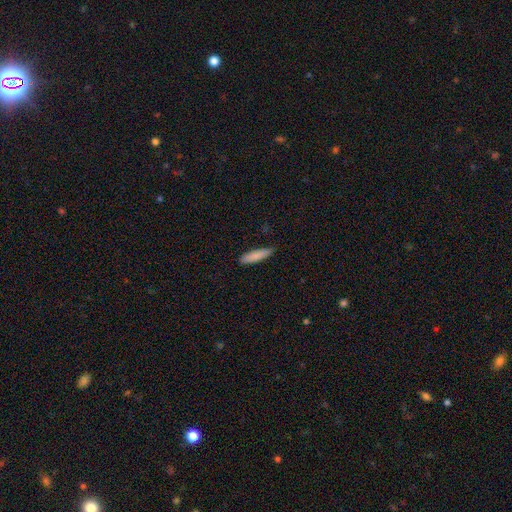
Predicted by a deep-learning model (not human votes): Smooth or featured: smooth — 85% (featured or disk — 9%)
How rounded: cigar-shaped — 75% (in between — 24%)
Merging: none — 85% (minor disturbance — 12%)